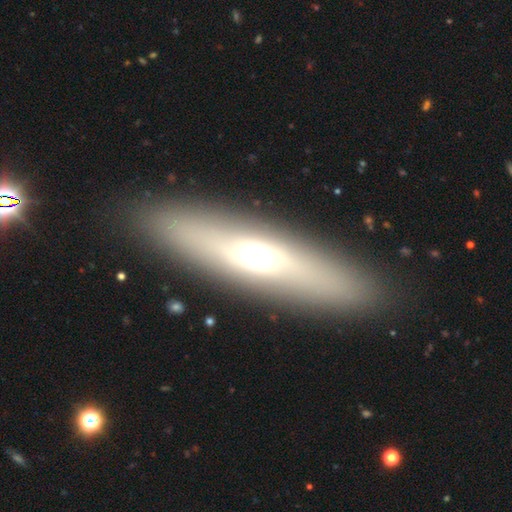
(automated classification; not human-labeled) A featured or disk galaxy (49%).

Vote fractions:
- Smooth or featured? featured or disk: 49% / smooth: 42% / star or artifact: 9%
- Merging? none: 88% / minor disturbance: 8% / major disturbance: 3% / merger: 1%